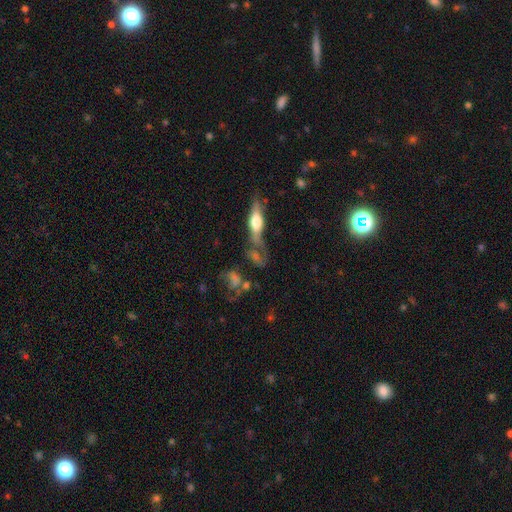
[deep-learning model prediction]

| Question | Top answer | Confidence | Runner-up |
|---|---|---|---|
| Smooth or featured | featured or disk | 50% | smooth (33%) |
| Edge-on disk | yes | 69% | no (31%) |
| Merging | none | 52% | merger (18%) |